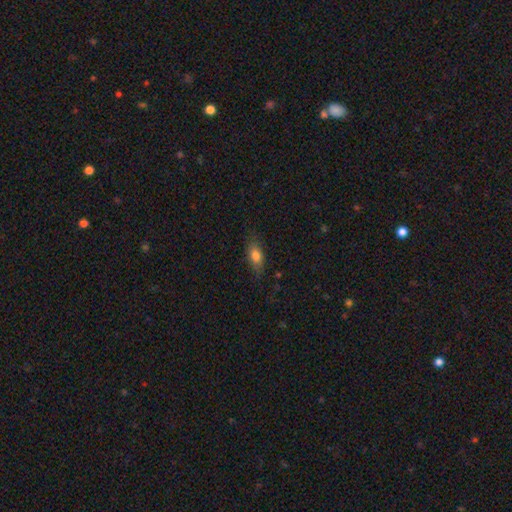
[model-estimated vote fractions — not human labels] smooth_or_featured: smooth (p=0.79) [alt: featured or disk p=0.13]
how_rounded: in between (p=0.81) [alt: cigar-shaped p=0.12]
merging: none (p=0.77) [alt: minor disturbance p=0.18]